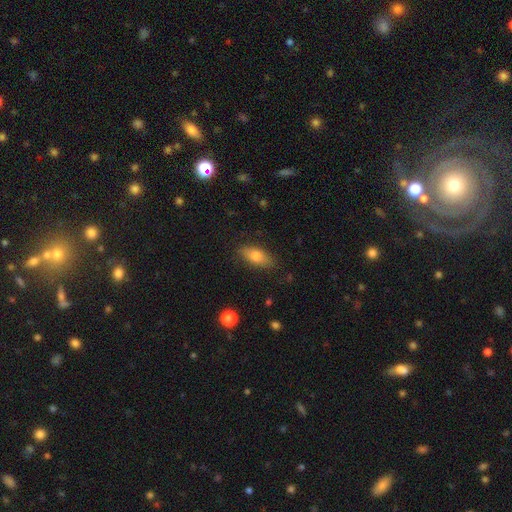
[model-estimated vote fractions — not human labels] Morphology: type=smooth (77%); roundness=in between (78%); merging=none (83%).